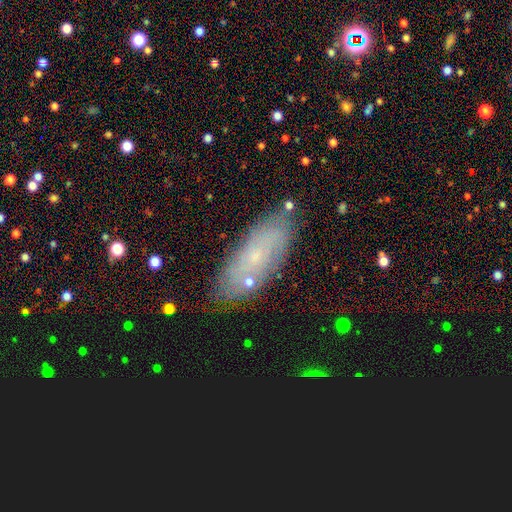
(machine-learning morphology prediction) Smooth or featured? Predicted: smooth (p=0.42). Merging? Predicted: none (p=0.84).